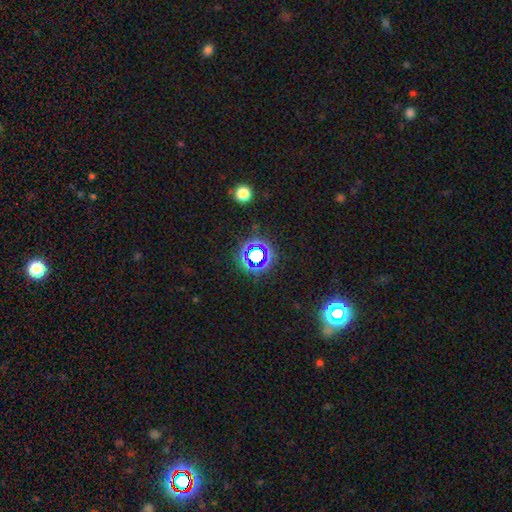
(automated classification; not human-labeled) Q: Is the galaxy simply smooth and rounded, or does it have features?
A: star or artifact — 64%.